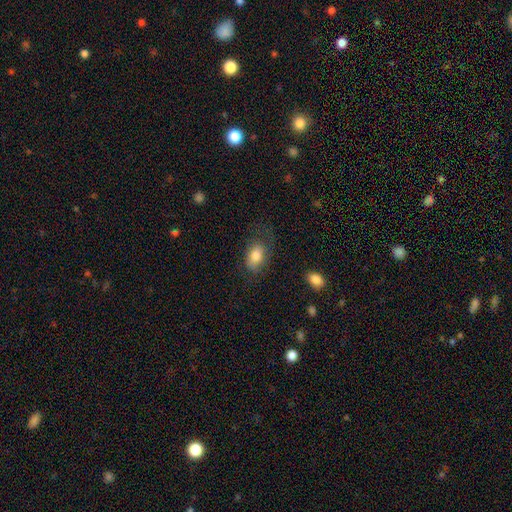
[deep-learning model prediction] Q: Smooth or featured?
A: smooth (78%); runner-up: featured or disk (15%)
Q: How rounded?
A: in between (89%); runner-up: round (9%)
Q: Merging?
A: none (58%); runner-up: minor disturbance (22%)